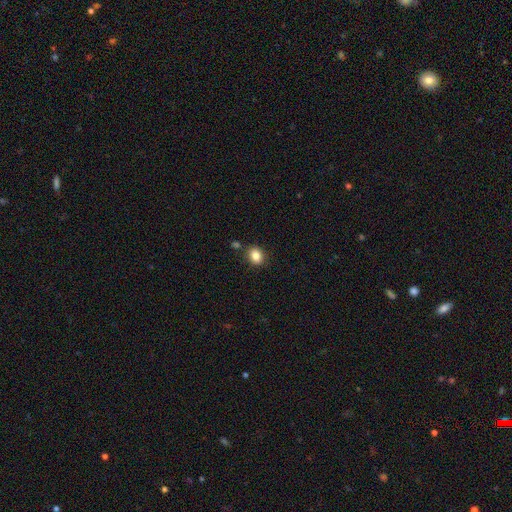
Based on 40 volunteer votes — This appears to be a smooth galaxy with no disk features (82%) that is round (76%). Merging: none (77%).